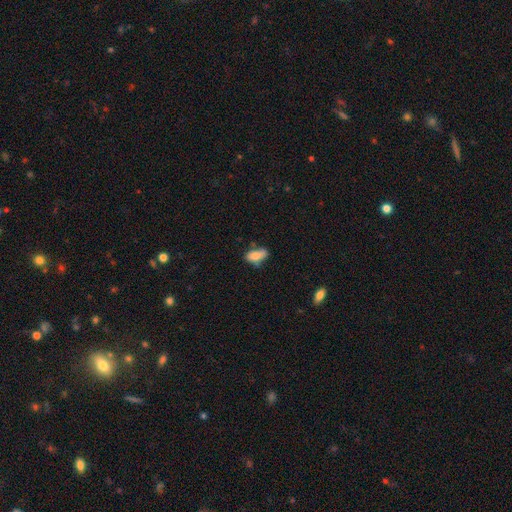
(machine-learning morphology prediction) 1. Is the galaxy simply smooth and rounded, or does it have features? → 78% smooth, 13% featured or disk, 8% star or artifact.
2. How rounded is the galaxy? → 86% in between, 10% cigar-shaped, 4% round.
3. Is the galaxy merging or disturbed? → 48% none, 32% minor disturbance, 10% major disturbance, 9% merger.